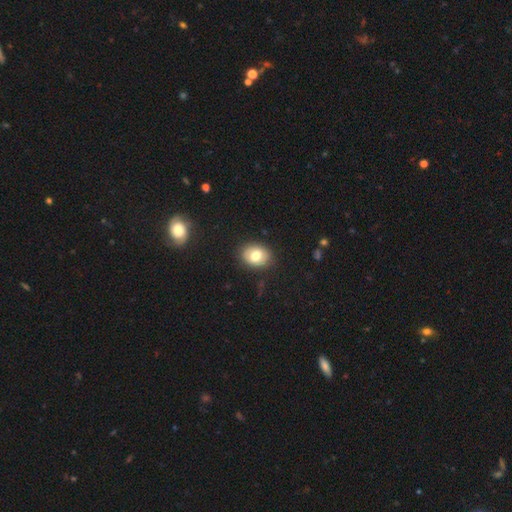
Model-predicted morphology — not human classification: Smooth or featured? smooth (77%)
How rounded? in between (62%)
Merging? none (87%)